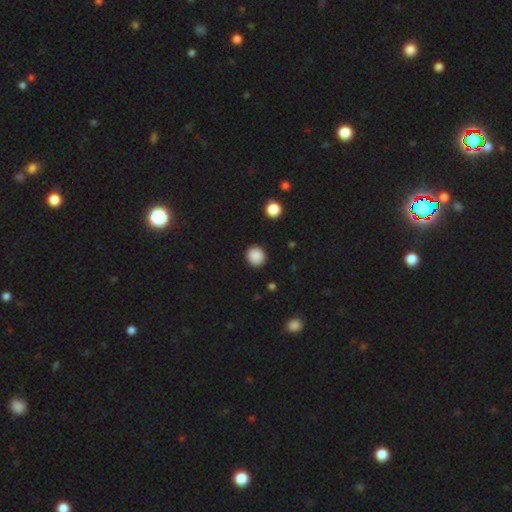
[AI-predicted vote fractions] This is clearly a smooth galaxy (88%). How rounded: clearly round (86%). Merging: clearly none (91%).